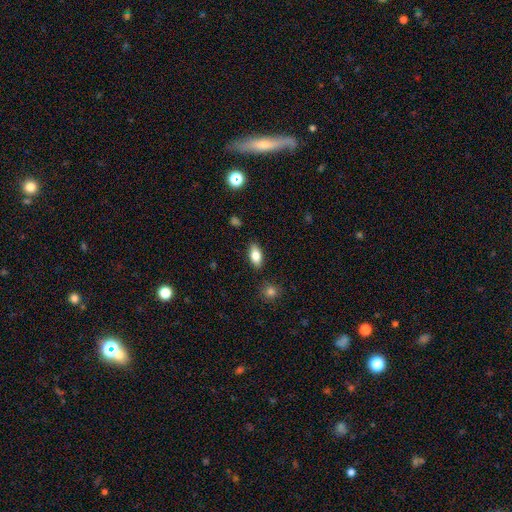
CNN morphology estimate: Smooth or featured?
  - smooth: 80% *
  - featured or disk: 12%
  - star or artifact: 8%
How rounded?
  - in between: 88% *
  - cigar-shaped: 7%
  - round: 4%
Merging?
  - none: 86% *
  - minor disturbance: 10%
  - major disturbance: 2%
  - merger: 2%